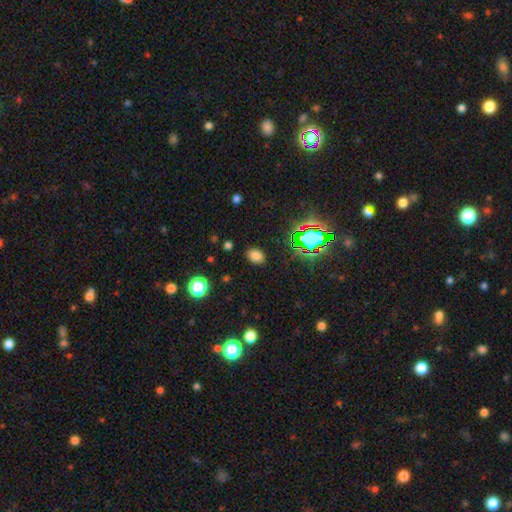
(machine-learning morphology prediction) A smooth galaxy with no disk features (73%) that is in between round and cigar-shaped (76%).

Vote fractions:
- Smooth or featured? smooth: 73% / star or artifact: 21% / featured or disk: 6%
- How rounded? in between: 76% / round: 22% / cigar-shaped: 1%
- Merging? none: 86% / minor disturbance: 9% / major disturbance: 3% / merger: 2%